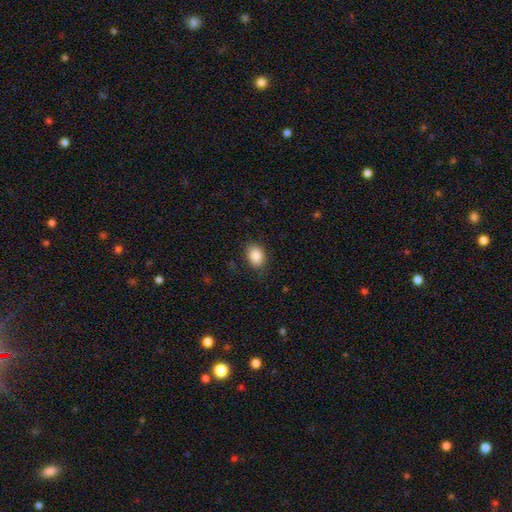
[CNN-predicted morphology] A smooth galaxy with no disk features (88%) that is in between round and cigar-shaped (74%).

Vote fractions:
- Smooth or featured? smooth: 88% / star or artifact: 8% / featured or disk: 4%
- How rounded? in between: 74% / round: 25% / cigar-shaped: 1%
- Merging? none: 84% / minor disturbance: 12% / major disturbance: 3% / merger: 1%